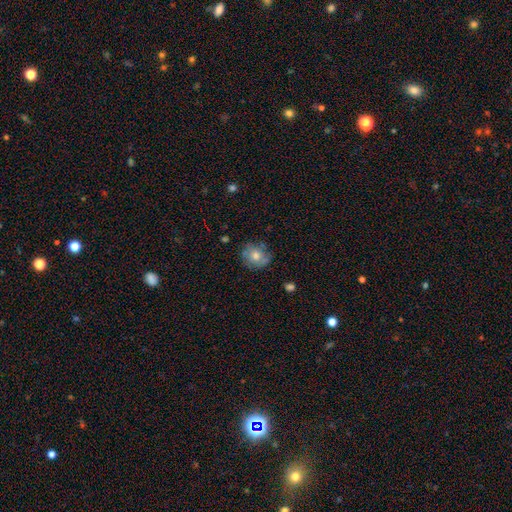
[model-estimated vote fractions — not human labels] Smooth or featured? Predicted: smooth (p=0.52). How rounded? Predicted: round (p=0.76). Merging? Predicted: none (p=0.74).